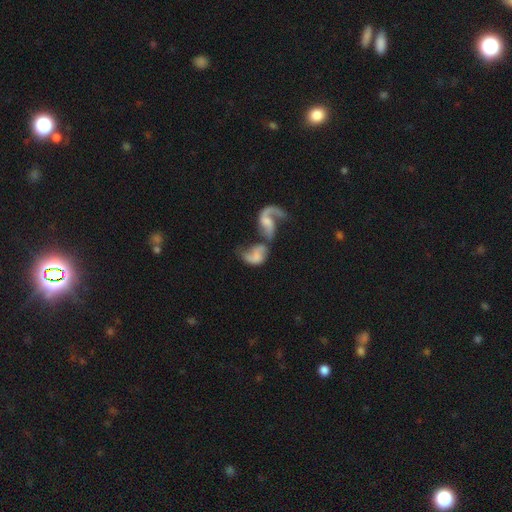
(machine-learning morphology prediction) type=featured or disk (55%); edge-on=no (96%); bar=no (63%); spiral arms=yes (68%); bulge=none (45%); merging=merger (70%).